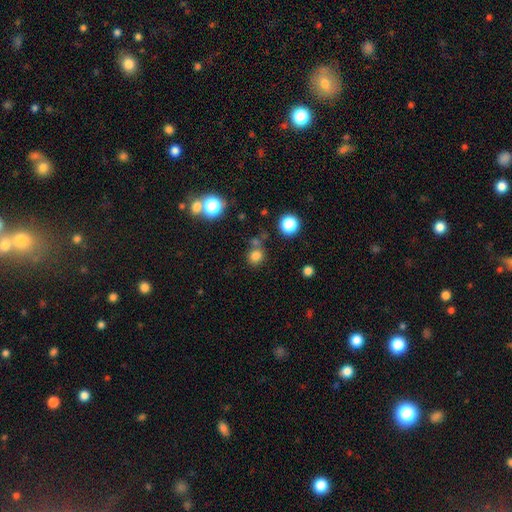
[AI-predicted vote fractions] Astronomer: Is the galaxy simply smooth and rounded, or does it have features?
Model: smooth — 78%.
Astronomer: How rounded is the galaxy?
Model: round — 82%.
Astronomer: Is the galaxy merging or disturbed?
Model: none — 72%.